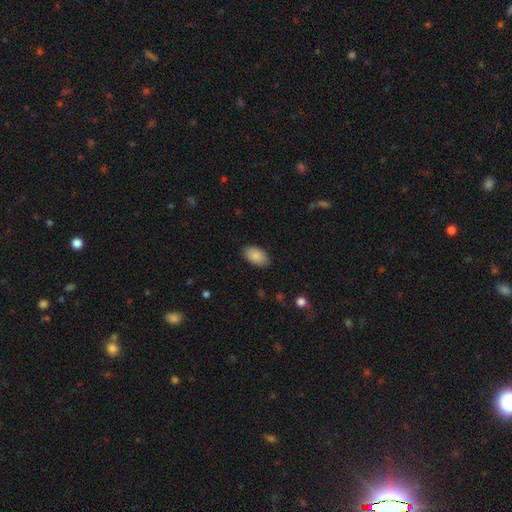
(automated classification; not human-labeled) Overall: smooth (88%). How rounded: in between (94%). Merging: none (88%).